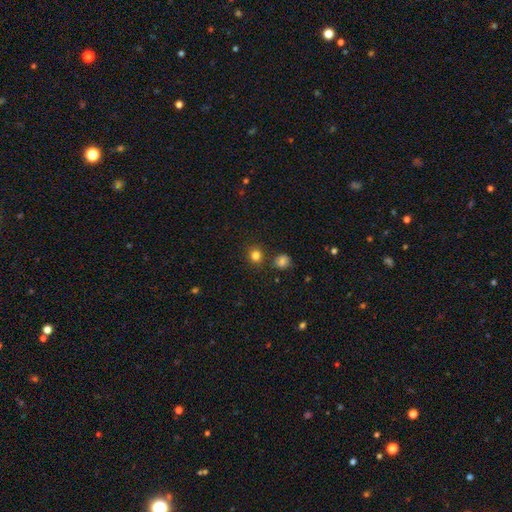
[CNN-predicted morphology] A smooth galaxy with no disk features (81%) that is round (86%).

Vote fractions:
- Smooth or featured? smooth: 81% / star or artifact: 14% / featured or disk: 5%
- How rounded? round: 86% / in between: 13% / cigar-shaped: 1%
- Merging? none: 82% / minor disturbance: 8% / merger: 7% / major disturbance: 3%